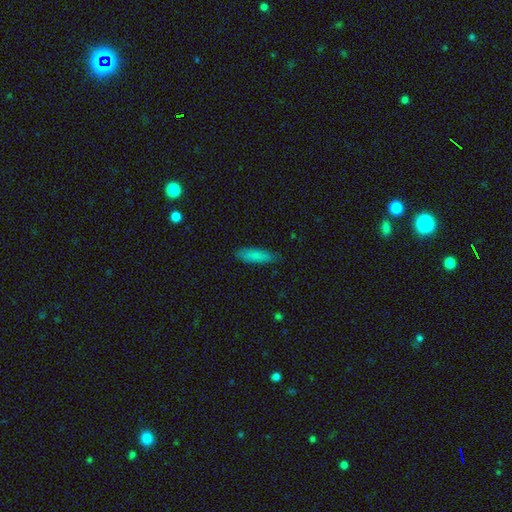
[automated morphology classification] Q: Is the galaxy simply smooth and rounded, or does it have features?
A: smooth — 85%.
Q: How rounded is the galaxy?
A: cigar-shaped — 54%.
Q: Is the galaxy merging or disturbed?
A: none — 83%.